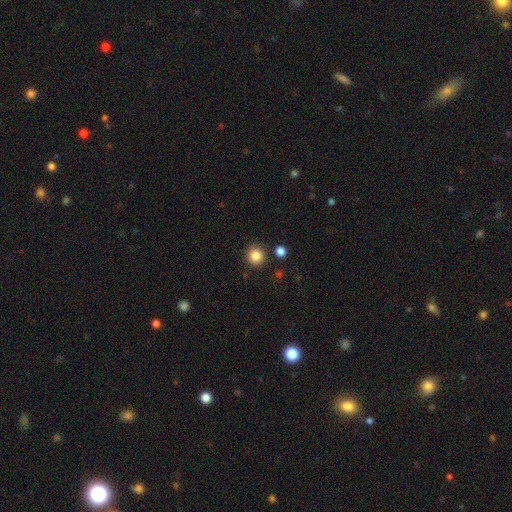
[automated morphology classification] Smooth or featured?
  - smooth: 85% *
  - star or artifact: 11%
  - featured or disk: 4%
How rounded?
  - round: 93% *
  - in between: 7%
  - cigar-shaped: 1%
Merging?
  - none: 87% *
  - minor disturbance: 7%
  - merger: 4%
  - major disturbance: 2%